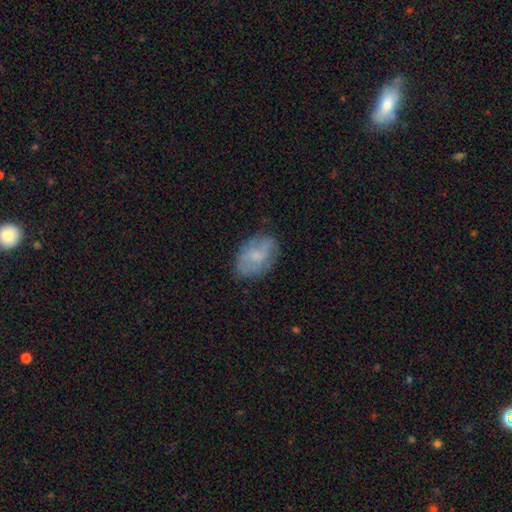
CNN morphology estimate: Overall: smooth (60%; featured or disk 32%). How rounded: in between (87%). Merging: none (72%).